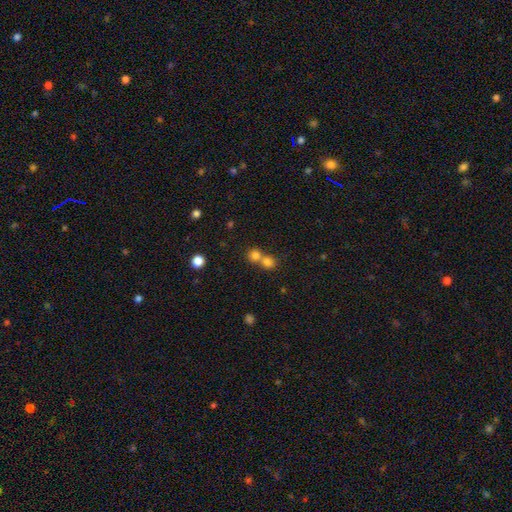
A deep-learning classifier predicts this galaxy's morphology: This appears to be a smooth galaxy with no disk features (77%) that is round (85%). Merging: merger (52%).